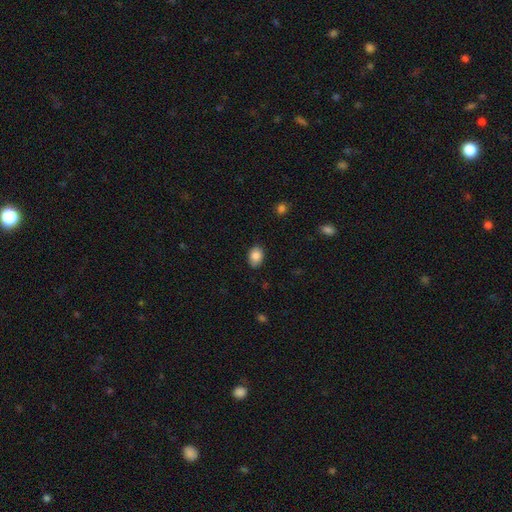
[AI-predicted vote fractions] A smooth galaxy with no disk features (86%) that is in between round and cigar-shaped (76%). Merging: none (85%).